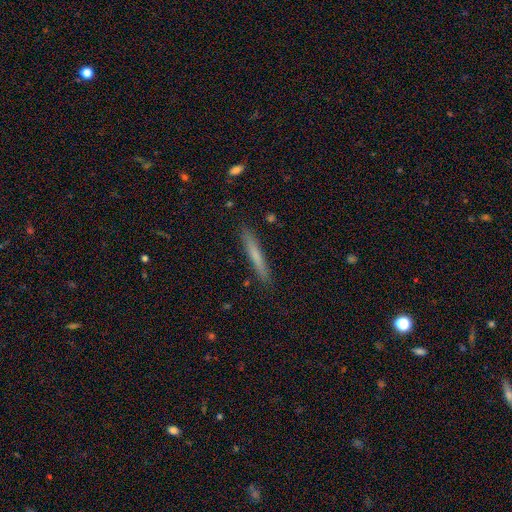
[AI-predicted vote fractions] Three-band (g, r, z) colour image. It shows a smooth galaxy with no disk features (65%) that is cigar-shaped (96%). Merging: none (89%).